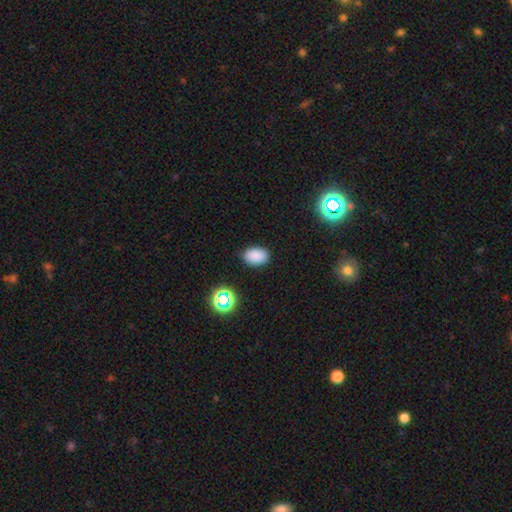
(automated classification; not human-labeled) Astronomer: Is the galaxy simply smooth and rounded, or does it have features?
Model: smooth — 83%.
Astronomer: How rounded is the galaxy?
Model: in between — 85%.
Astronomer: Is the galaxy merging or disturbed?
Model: none — 86%.